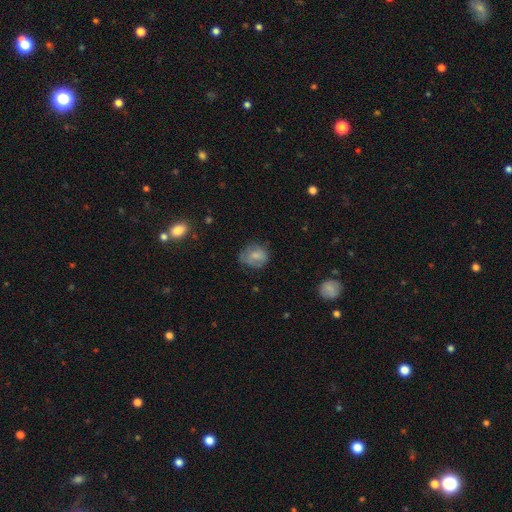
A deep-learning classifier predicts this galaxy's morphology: Smooth or featured: smooth — 69% (featured or disk — 21%)
How rounded: round — 57% (in between — 42%)
Merging: none — 57% (minor disturbance — 28%)